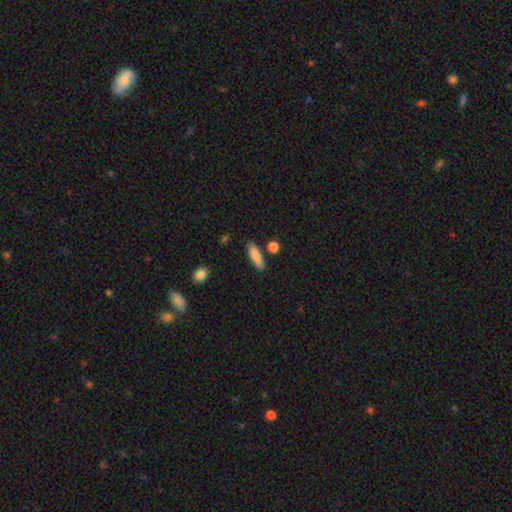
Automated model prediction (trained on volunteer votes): smooth_or_featured: smooth (p=0.81) [alt: featured or disk p=0.13]
how_rounded: cigar-shaped (p=0.57) [alt: in between p=0.41]
merging: none (p=0.82) [alt: minor disturbance p=0.11]